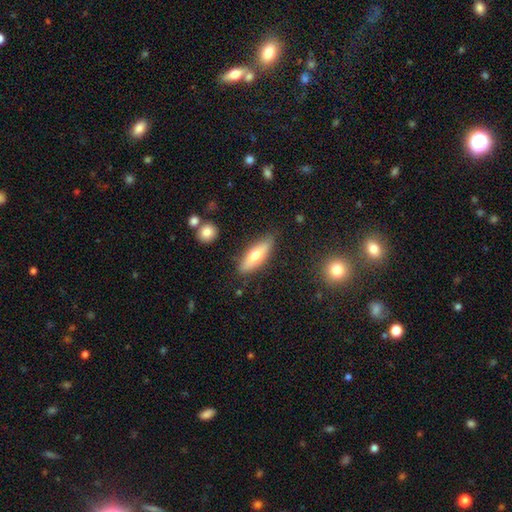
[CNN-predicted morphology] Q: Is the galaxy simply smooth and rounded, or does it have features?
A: smooth — 62%.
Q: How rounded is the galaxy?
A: in between — 50%.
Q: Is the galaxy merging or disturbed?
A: none — 83%.